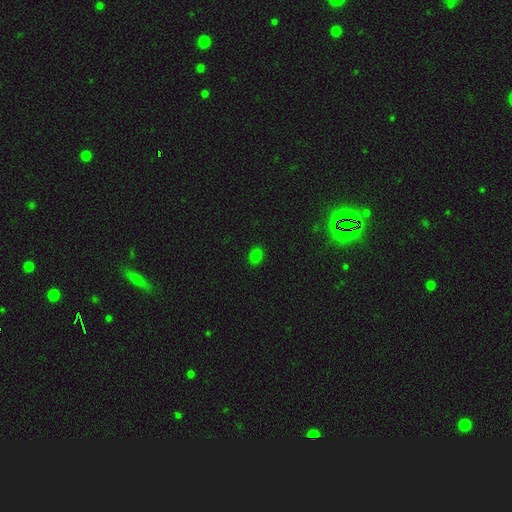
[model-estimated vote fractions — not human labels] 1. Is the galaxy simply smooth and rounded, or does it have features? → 80% smooth, 17% star or artifact, 4% featured or disk.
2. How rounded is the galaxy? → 69% in between, 30% round, 1% cigar-shaped.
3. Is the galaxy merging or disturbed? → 88% none, 8% minor disturbance, 2% major disturbance, 1% merger.